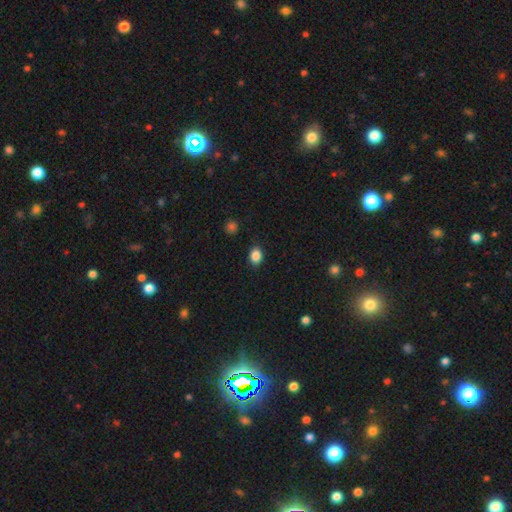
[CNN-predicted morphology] smooth 86%, star or artifact 10%, featured or disk 4%. Down the decision tree: how rounded — in between (64%); merging — none (87%).